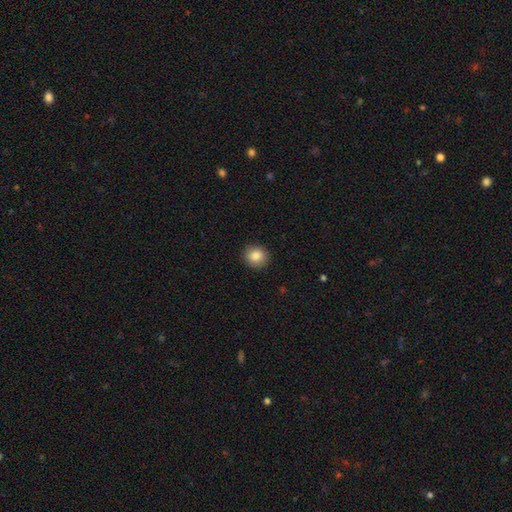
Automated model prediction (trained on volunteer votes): Smooth or featured? Predicted: smooth (p=0.86). How rounded? Predicted: round (p=0.88). Merging? Predicted: none (p=0.91).